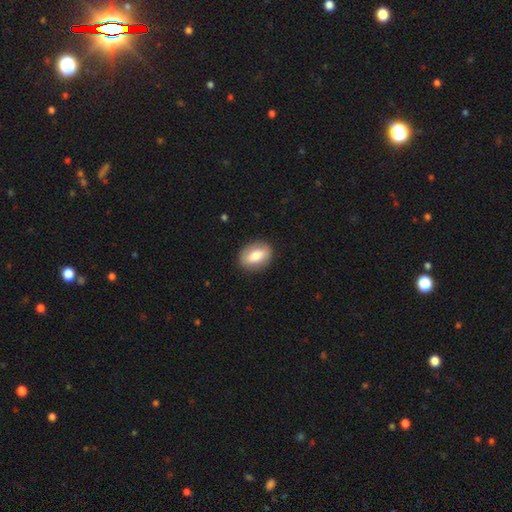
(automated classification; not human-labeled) This appears to be a smooth galaxy with no disk features (73%) that is in between round and cigar-shaped (80%). Merging: none (86%).